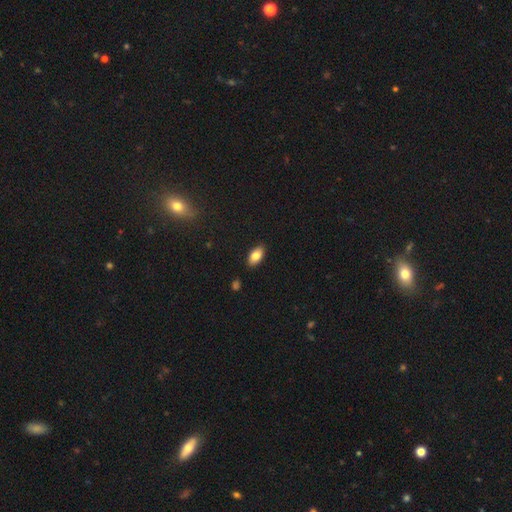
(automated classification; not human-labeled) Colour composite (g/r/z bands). It shows a smooth galaxy with no disk features (83%) that is in between round and cigar-shaped (92%). Merging: none (87%).